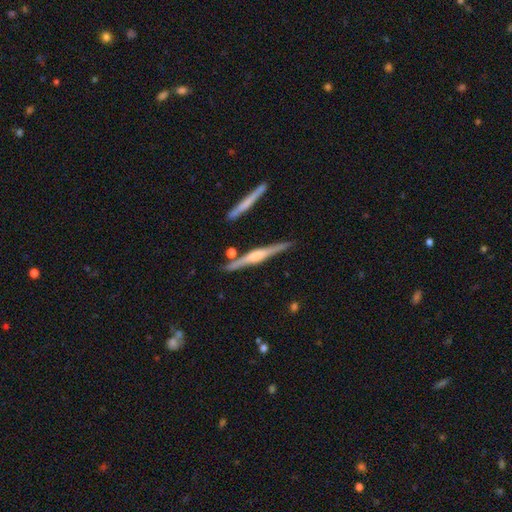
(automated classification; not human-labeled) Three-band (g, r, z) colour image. It shows a featured or disk galaxy (82%) viewed edge-on (97%) with a rounded central bulge (75%). Merging: none (83%).